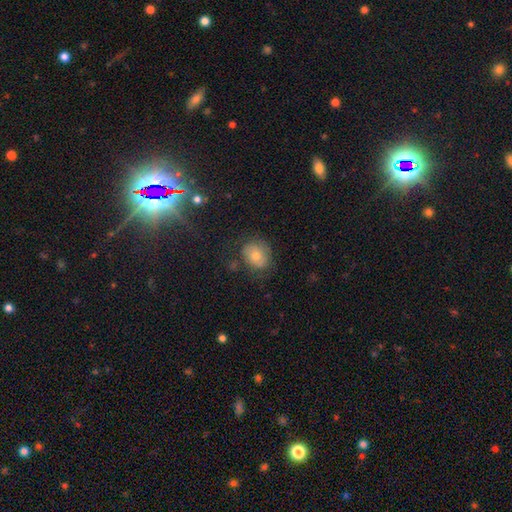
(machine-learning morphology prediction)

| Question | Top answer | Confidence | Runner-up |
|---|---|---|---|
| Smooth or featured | smooth | 56% | featured or disk (24%) |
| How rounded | round | 64% | in between (35%) |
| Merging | none | 73% | minor disturbance (18%) |